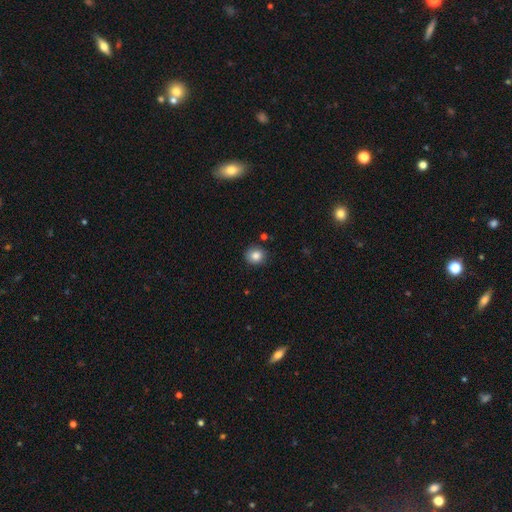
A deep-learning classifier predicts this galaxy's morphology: Smooth or featured? Predicted: smooth (p=0.84). How rounded? Predicted: round (p=0.85). Merging? Predicted: none (p=0.85).